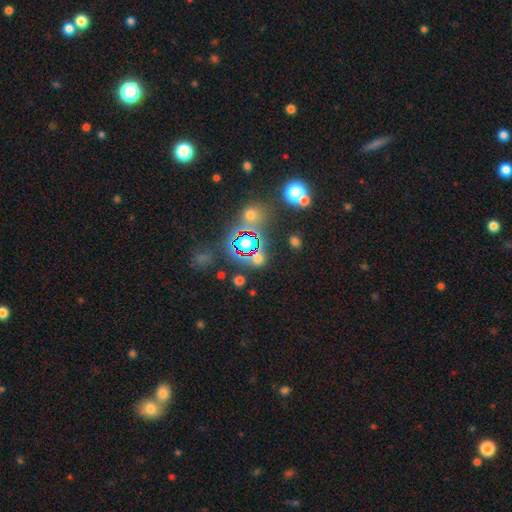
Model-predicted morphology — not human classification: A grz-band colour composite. It shows a star or artifact, not a galaxy (71%).